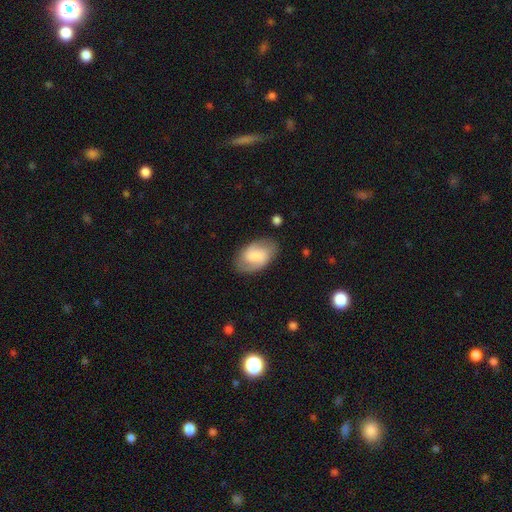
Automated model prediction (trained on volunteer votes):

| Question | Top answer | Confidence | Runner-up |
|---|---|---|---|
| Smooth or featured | smooth | 56% | featured or disk (36%) |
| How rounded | in between | 91% | round (7%) |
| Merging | none | 77% | minor disturbance (16%) |